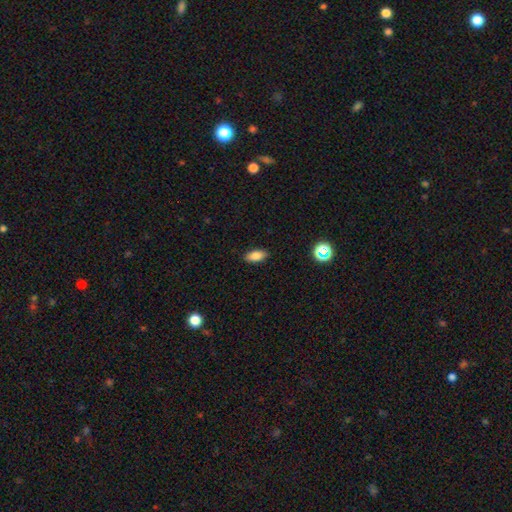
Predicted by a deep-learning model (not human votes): Overall: smooth (83%). How rounded: in between (87%). Merging: none (87%).